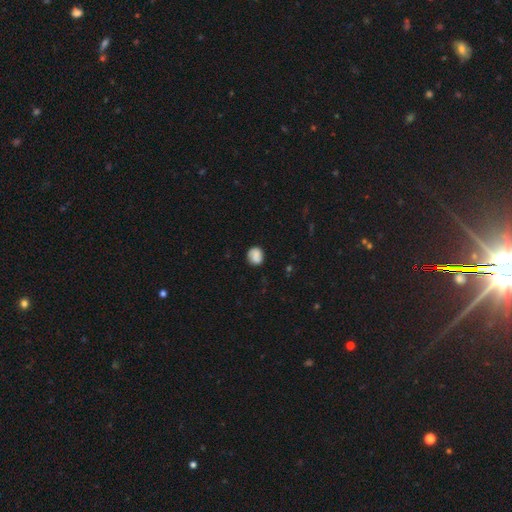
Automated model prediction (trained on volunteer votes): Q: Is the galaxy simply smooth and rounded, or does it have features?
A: smooth — 82%.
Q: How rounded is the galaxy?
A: round — 80%.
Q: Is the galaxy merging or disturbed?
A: none — 79%.